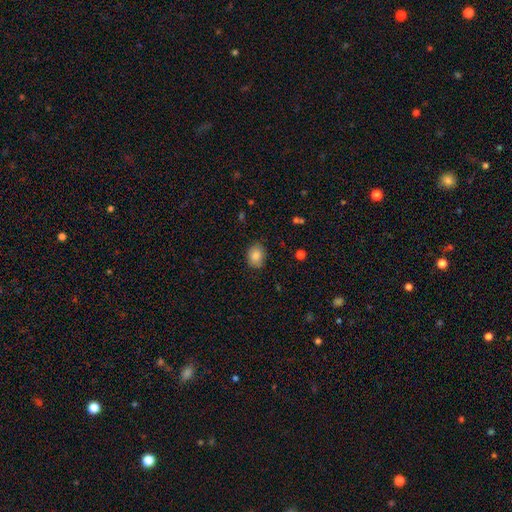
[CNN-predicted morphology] A smooth galaxy with no disk features (85%) that is in between round and cigar-shaped (52%).

Vote fractions:
- Smooth or featured? smooth: 85% / star or artifact: 8% / featured or disk: 7%
- How rounded? in between: 52% / round: 47% / cigar-shaped: 1%
- Merging? none: 82% / minor disturbance: 14% / major disturbance: 3% / merger: 1%